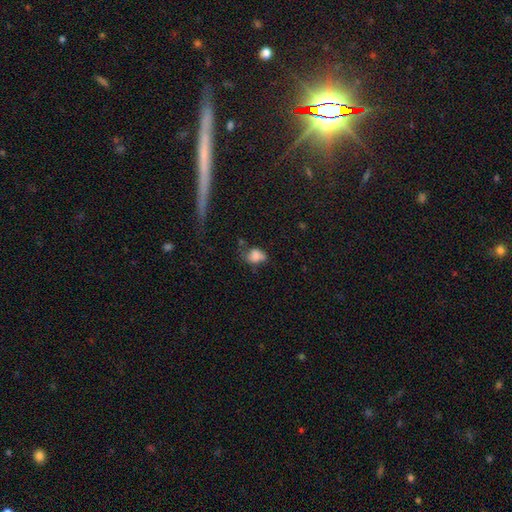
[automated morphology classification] This is likely a smooth galaxy (76%). How rounded: likely in between (67%). Merging: marginally none (37%).